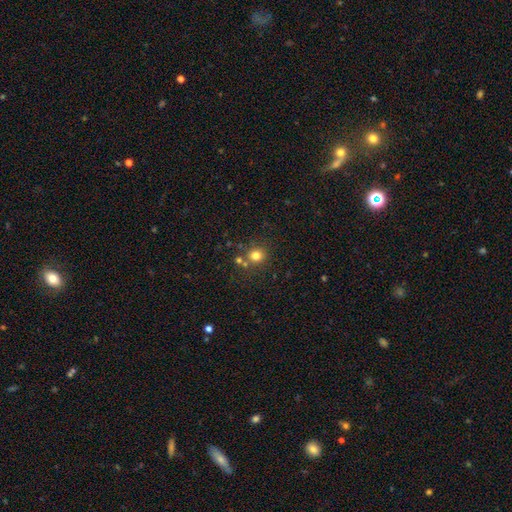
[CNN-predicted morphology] The model was most divided on "merging": none: 72%, merger: 16%, minor disturbance: 9%, major disturbance: 3%. More confident: how rounded — round (87%); smooth or featured — smooth (77%).